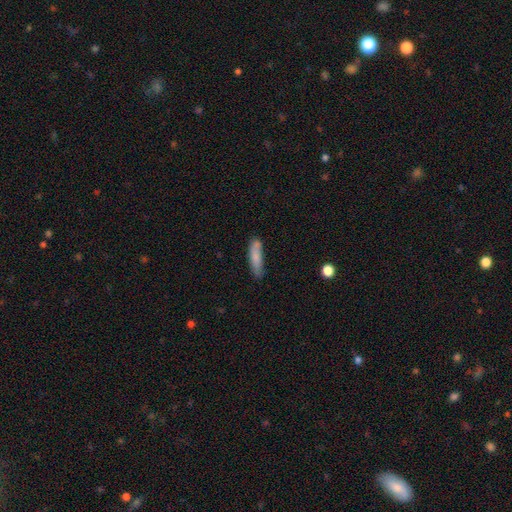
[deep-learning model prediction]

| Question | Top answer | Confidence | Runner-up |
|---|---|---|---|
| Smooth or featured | smooth | 79% | featured or disk (14%) |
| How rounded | cigar-shaped | 69% | in between (30%) |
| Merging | none | 69% | minor disturbance (22%) |